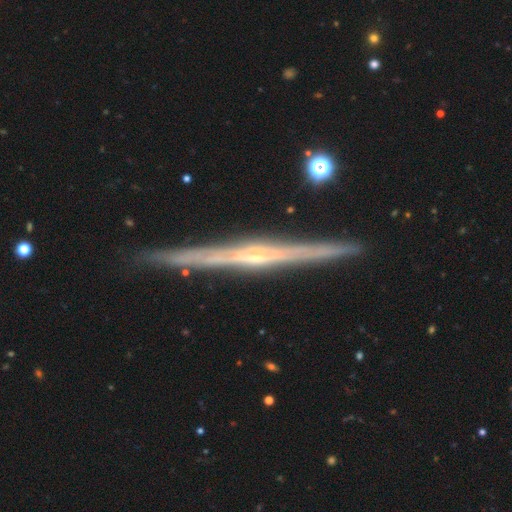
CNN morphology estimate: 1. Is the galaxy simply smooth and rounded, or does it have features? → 86% featured or disk, 9% smooth, 5% star or artifact.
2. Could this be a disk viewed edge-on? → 98% yes, 2% no.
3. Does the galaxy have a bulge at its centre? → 49% rounded, 40% none, 11% boxy.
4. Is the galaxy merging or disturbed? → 91% none, 6% minor disturbance, 1% merger, 1% major disturbance.